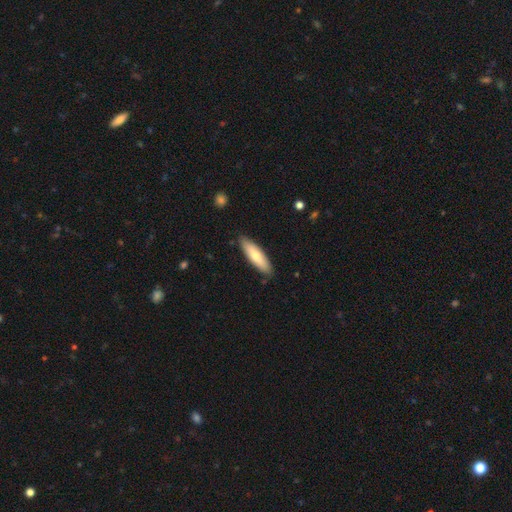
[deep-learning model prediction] Smooth or featured? smooth (71%)
How rounded? cigar-shaped (60%)
Merging? none (87%)